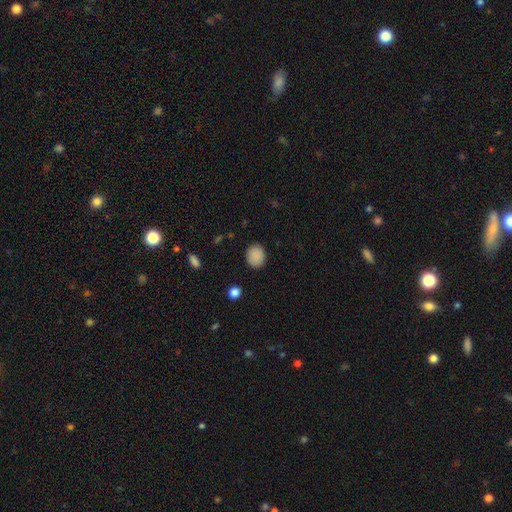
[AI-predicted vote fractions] A smooth galaxy with no disk features (88%) that is round (63%).

Vote fractions:
- Smooth or featured? smooth: 88% / star or artifact: 9% / featured or disk: 3%
- How rounded? round: 63% / in between: 36% / cigar-shaped: 1%
- Merging? none: 87% / minor disturbance: 9% / major disturbance: 3% / merger: 1%